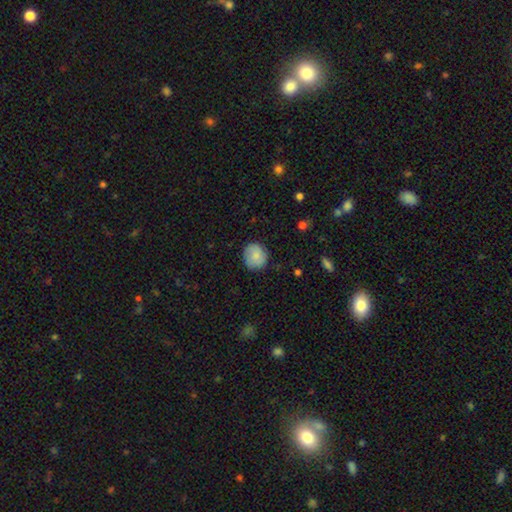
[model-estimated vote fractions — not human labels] Q: Smooth or featured?
A: smooth (79%); runner-up: featured or disk (14%)
Q: How rounded?
A: round (83%); runner-up: in between (16%)
Q: Merging?
A: none (83%); runner-up: minor disturbance (13%)